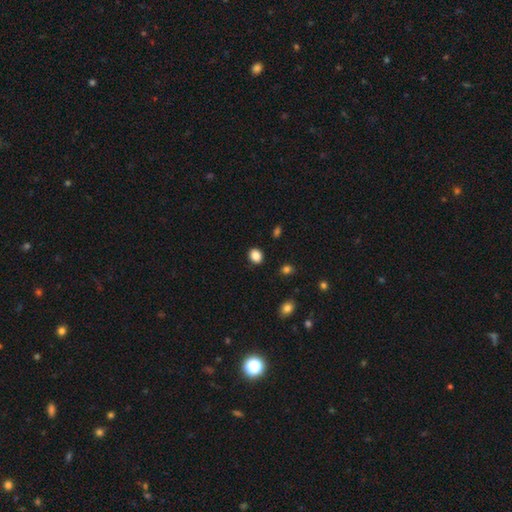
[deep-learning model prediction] Morphology: type=smooth (87%); roundness=round (56%); merging=none (89%).